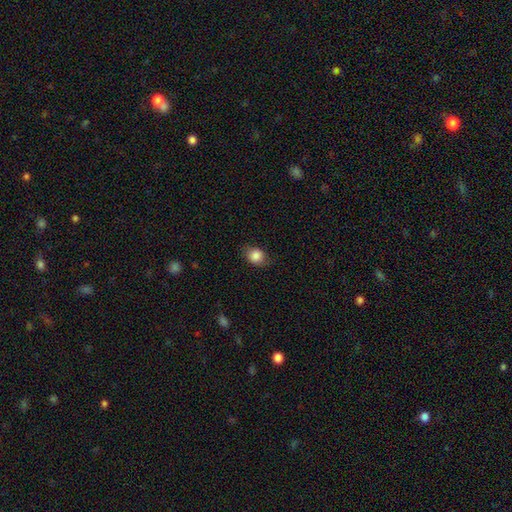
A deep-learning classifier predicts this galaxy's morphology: type=smooth (85%); roundness=round (59%); merging=none (76%).